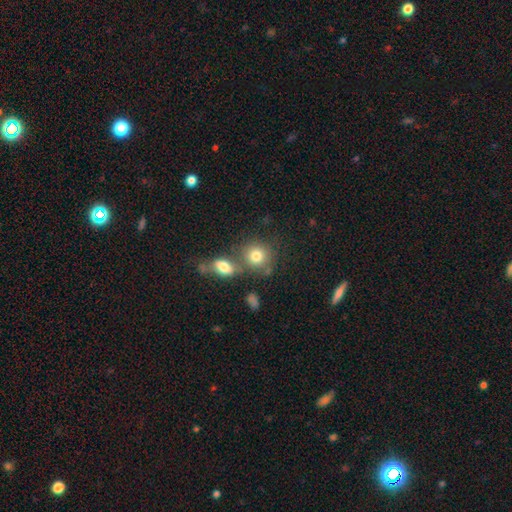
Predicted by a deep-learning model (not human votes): Overall: smooth (80%). How rounded: round (79%). Merging: none (57%; merger 28%).